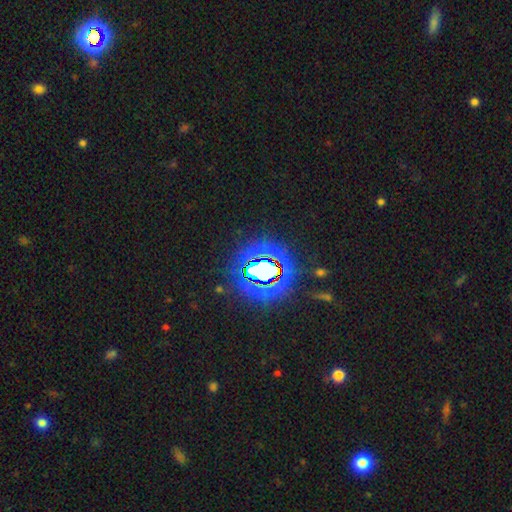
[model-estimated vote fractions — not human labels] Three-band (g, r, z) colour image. It shows a star or artifact, not a galaxy (83%).